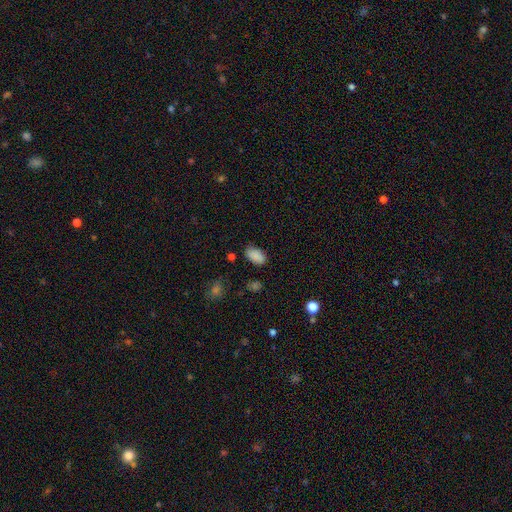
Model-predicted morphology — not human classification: Smooth or featured? Predicted: smooth (p=0.87). How rounded? Predicted: in between (p=0.93). Merging? Predicted: none (p=0.78).